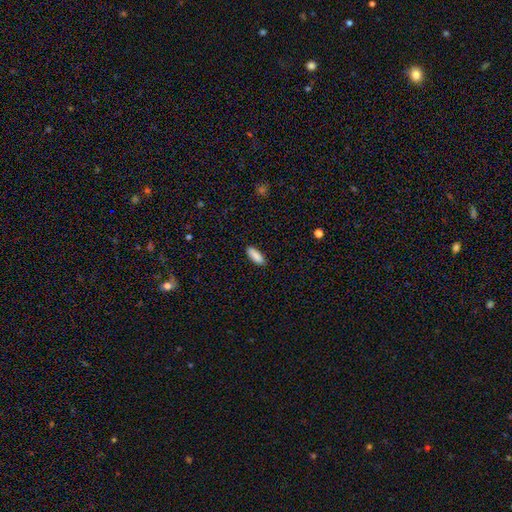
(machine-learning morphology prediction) This appears to be a smooth galaxy with no disk features (89%) that is in between round and cigar-shaped (65%). Merging: none (89%).